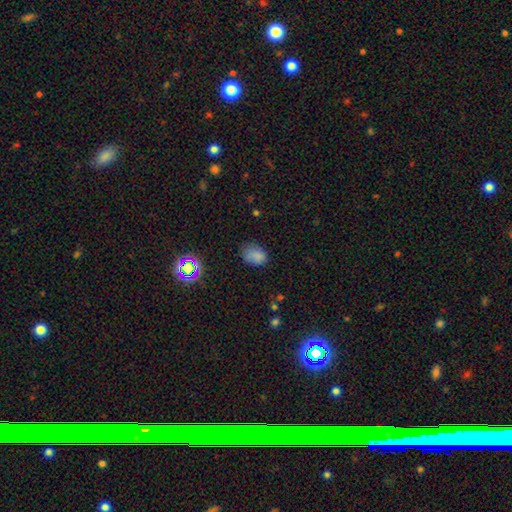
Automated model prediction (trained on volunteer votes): smooth 79%, star or artifact 15%, featured or disk 7%. Down the decision tree: how rounded — in between (74%); merging — none (67%).